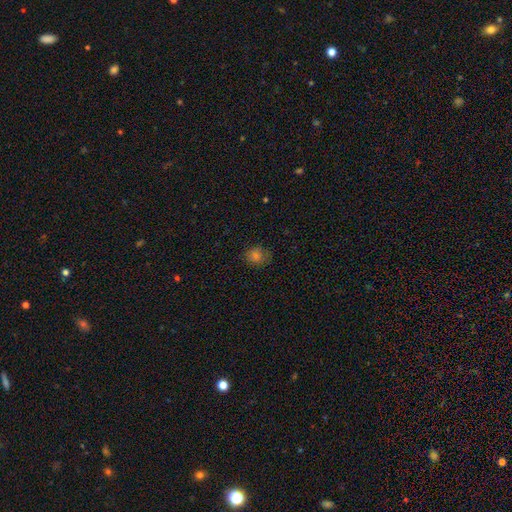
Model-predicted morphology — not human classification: A smooth galaxy with no disk features (71%) that is round (69%).

Vote fractions:
- Smooth or featured? smooth: 71% / star or artifact: 19% / featured or disk: 9%
- How rounded? round: 69% / in between: 30% / cigar-shaped: 1%
- Merging? none: 77% / minor disturbance: 16% / major disturbance: 5% / merger: 1%